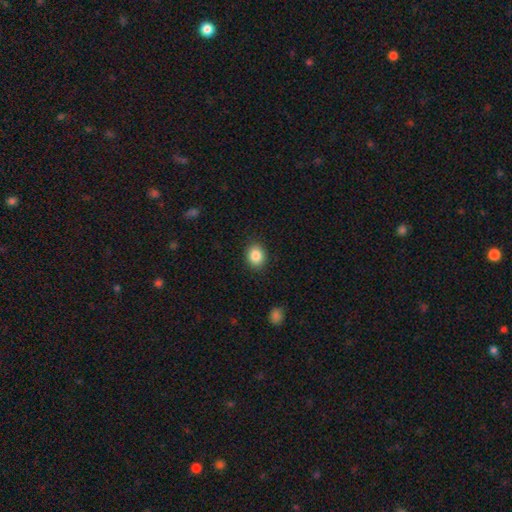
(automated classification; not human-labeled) A smooth galaxy with no disk features (86%) that is round (57%). Merging: none (89%).